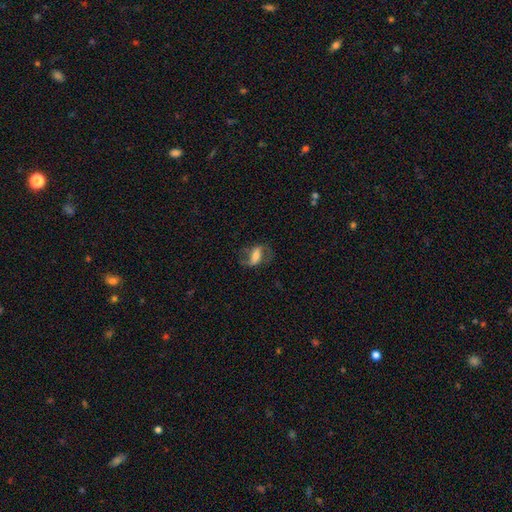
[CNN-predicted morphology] Overall: featured or disk (62%; smooth 29%). Edge-on disk: no (92%). Bar: strong (50%; weak 32%). Spiral arms: yes (84%). Bulge size: moderate (30%; large 26%). Merging: none (62%).